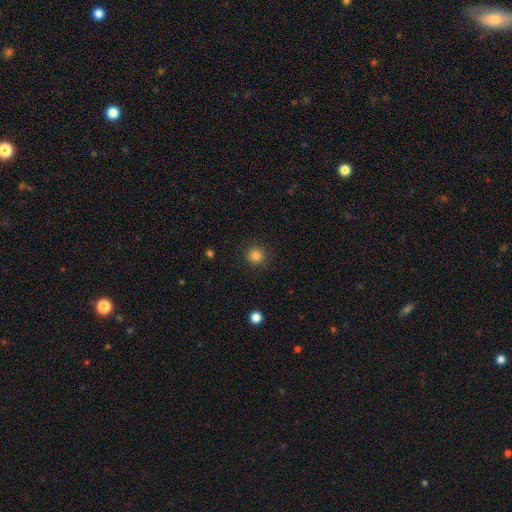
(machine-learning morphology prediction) type=smooth (84%); roundness=round (94%); merging=none (90%).